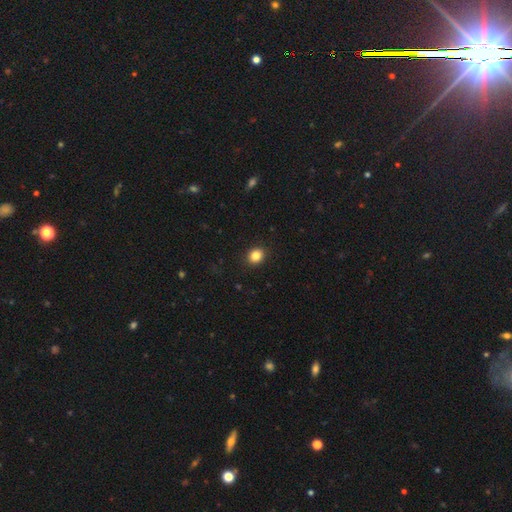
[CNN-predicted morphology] This appears to be a smooth galaxy with no disk features (85%) that is round (73%). Merging: none (92%).